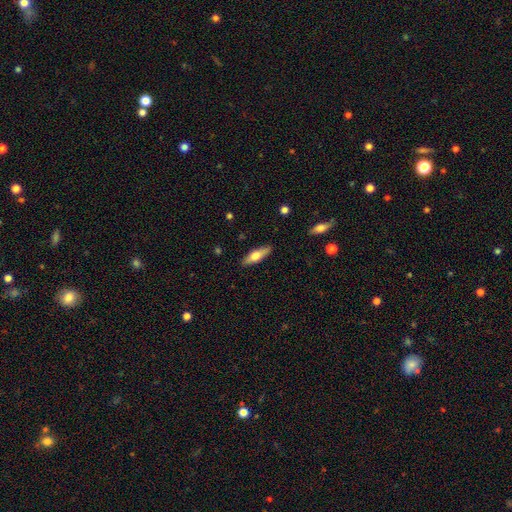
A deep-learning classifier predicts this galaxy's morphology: Smooth or featured? smooth (55%)
How rounded? cigar-shaped (53%)
Merging? none (88%)